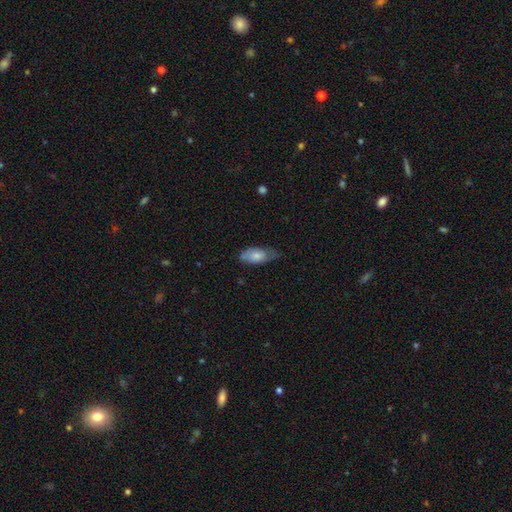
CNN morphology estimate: smooth_or_featured: smooth (p=0.74) [alt: featured or disk p=0.20]
how_rounded: in between (p=0.87) [alt: cigar-shaped p=0.10]
merging: none (p=0.52) [alt: minor disturbance p=0.36]